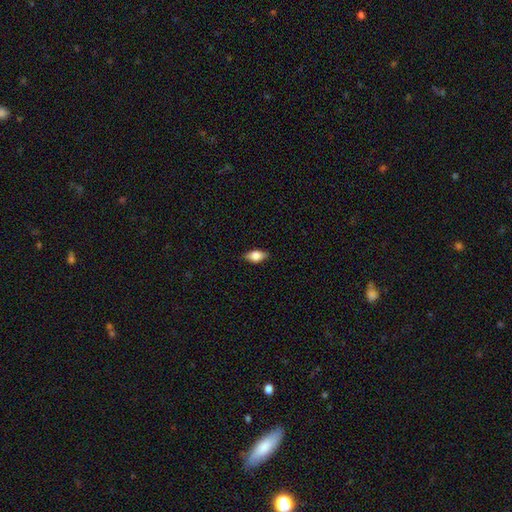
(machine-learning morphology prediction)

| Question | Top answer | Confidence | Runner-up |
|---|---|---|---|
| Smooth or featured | smooth | 74% | featured or disk (19%) |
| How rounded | in between | 86% | cigar-shaped (8%) |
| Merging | none | 85% | minor disturbance (12%) |